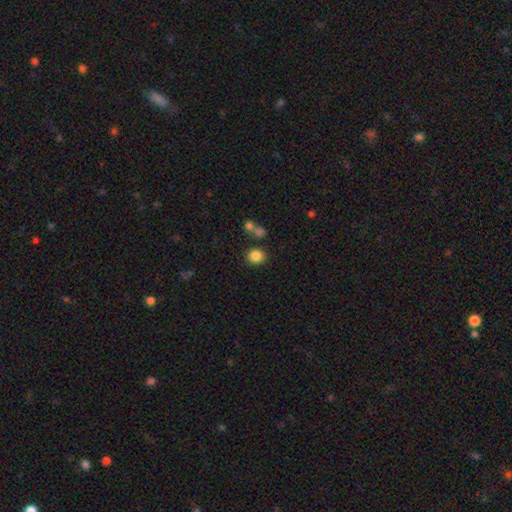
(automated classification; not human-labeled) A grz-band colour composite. It shows a smooth galaxy with no disk features (85%) that is round (74%). Merging: none (81%).